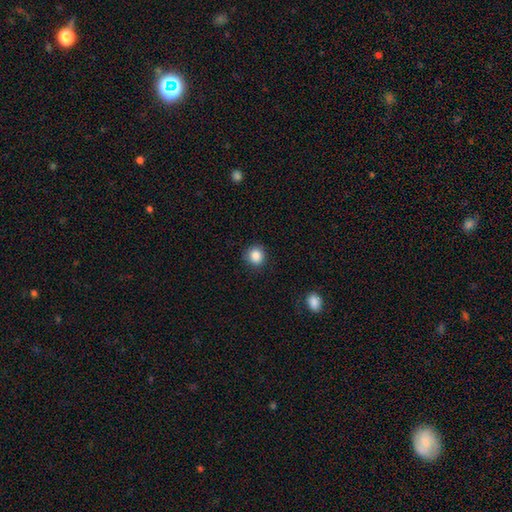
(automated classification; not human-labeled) The model was most divided on "smooth or featured": smooth: 87%, star or artifact: 10%, featured or disk: 4%. More confident: how rounded — round (88%); merging — none (88%).